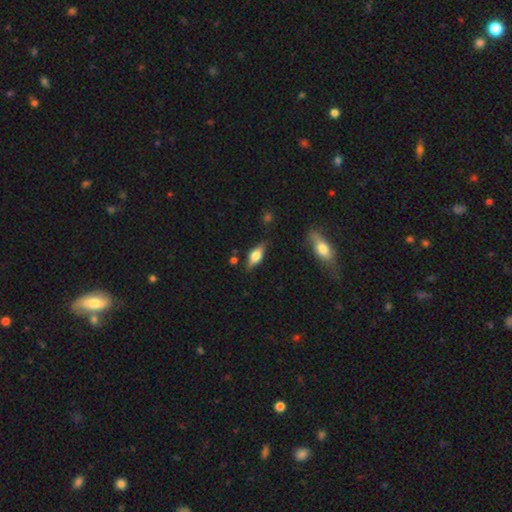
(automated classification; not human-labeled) Smooth or featured: smooth — 50% (featured or disk — 43%)
Merging: none — 79% (minor disturbance — 15%)